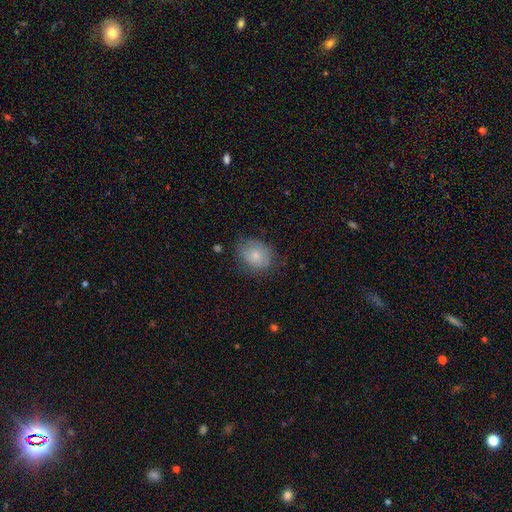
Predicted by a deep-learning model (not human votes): Q: Smooth or featured?
A: smooth (74%); runner-up: featured or disk (18%)
Q: How rounded?
A: round (53%); runner-up: in between (46%)
Q: Merging?
A: none (69%); runner-up: minor disturbance (23%)